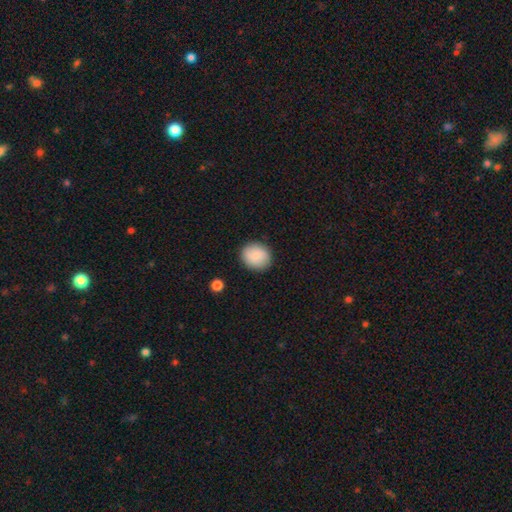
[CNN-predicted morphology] smooth 86%, star or artifact 7%, featured or disk 7%. Down the decision tree: how rounded — round (79%); merging — none (89%).